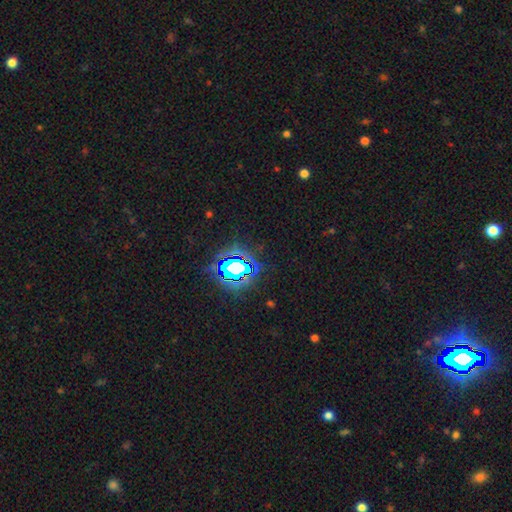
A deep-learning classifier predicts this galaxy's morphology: smooth_or_featured: star or artifact (p=0.81) [alt: smooth p=0.12]